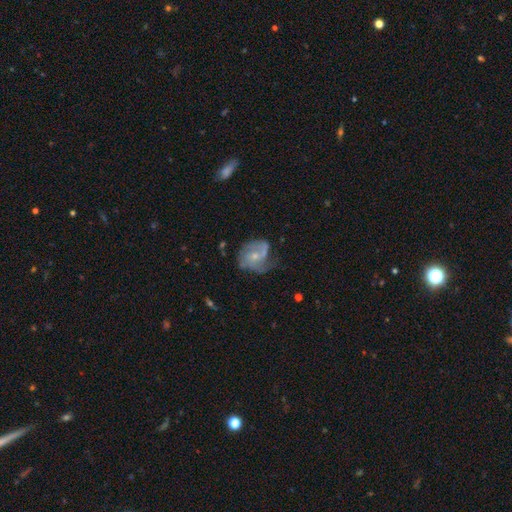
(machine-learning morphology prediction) This is likely a featured or disk galaxy (73%). It is clearly not viewed edge-on (98%). Bar: likely no (71%). Spiral arm pattern: clearly yes (85%). Spiral arm count: marginally 2 (39%). Spiral winding: marginally medium (44%). Central bulge: likely small (60%). Merging: possibly none (46%).